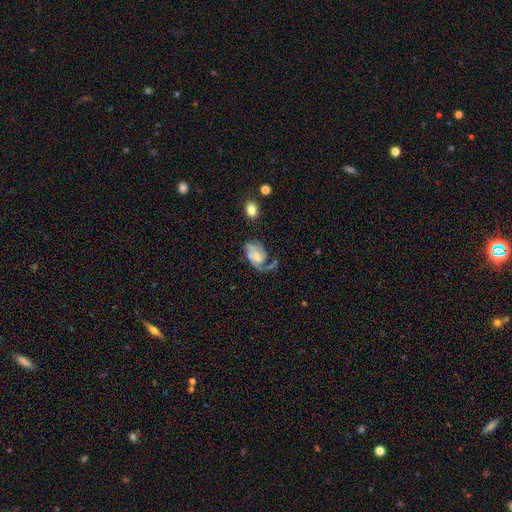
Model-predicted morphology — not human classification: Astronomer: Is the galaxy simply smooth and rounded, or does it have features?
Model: featured or disk — 75%.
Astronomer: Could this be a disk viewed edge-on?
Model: no — 97%.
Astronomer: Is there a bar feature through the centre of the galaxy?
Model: no — 62%.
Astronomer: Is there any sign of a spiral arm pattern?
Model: yes — 91%.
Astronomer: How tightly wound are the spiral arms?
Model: medium — 43% (runner-up: tight, 30%).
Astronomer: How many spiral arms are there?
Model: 2 — 47% (runner-up: 1, 32%).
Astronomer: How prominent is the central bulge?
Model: small — 31% (runner-up: none, 29%).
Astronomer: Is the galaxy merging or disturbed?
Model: none — 40% (runner-up: major disturbance, 31%).